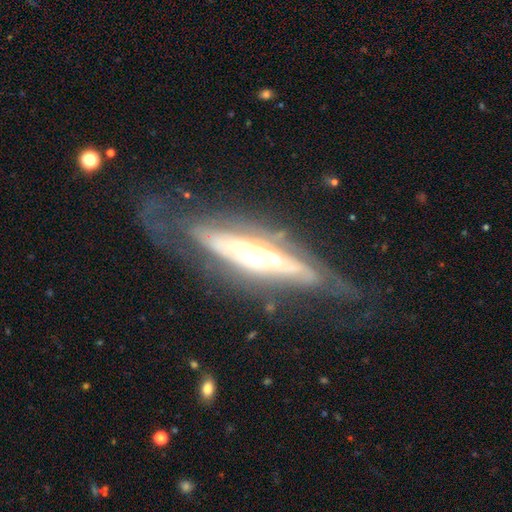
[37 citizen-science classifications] Overall: featured or disk (78%). Edge-on disk: no (62%; yes 38%). Bar: no (78%). Spiral arms: yes (50%, tied with no). Spiral arm count: can't tell (67%). Spiral winding: tight (78%). Bulge size: moderate (56%; large 22%). Merging: none (59%; minor disturbance 24%).